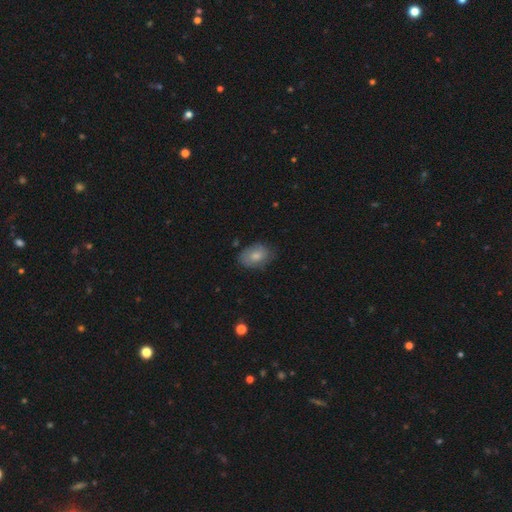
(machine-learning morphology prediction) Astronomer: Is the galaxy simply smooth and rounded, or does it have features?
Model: smooth — 76%.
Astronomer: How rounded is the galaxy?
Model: in between — 83%.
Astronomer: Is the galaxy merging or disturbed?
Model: none — 71%.